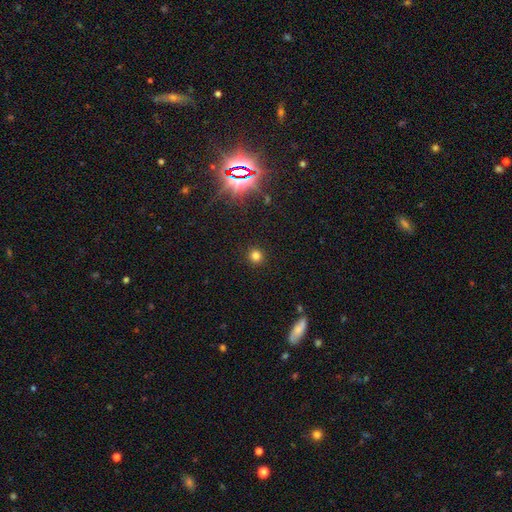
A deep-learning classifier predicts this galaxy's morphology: Q: Smooth or featured?
A: smooth (77%); runner-up: star or artifact (18%)
Q: How rounded?
A: round (93%); runner-up: in between (6%)
Q: Merging?
A: none (91%); runner-up: minor disturbance (6%)